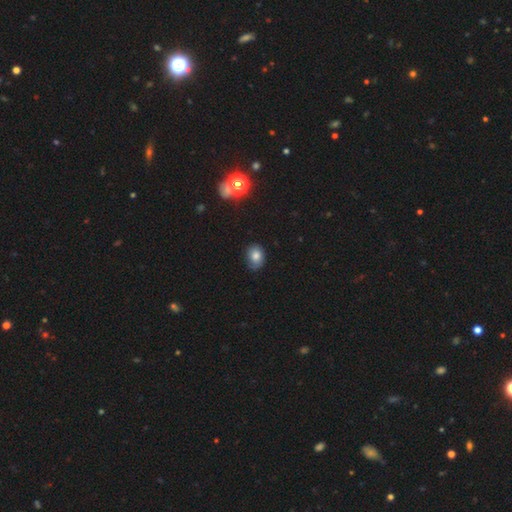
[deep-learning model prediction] Q: Smooth or featured?
A: smooth (77%); runner-up: featured or disk (13%)
Q: How rounded?
A: in between (58%); runner-up: round (41%)
Q: Merging?
A: none (72%); runner-up: minor disturbance (22%)